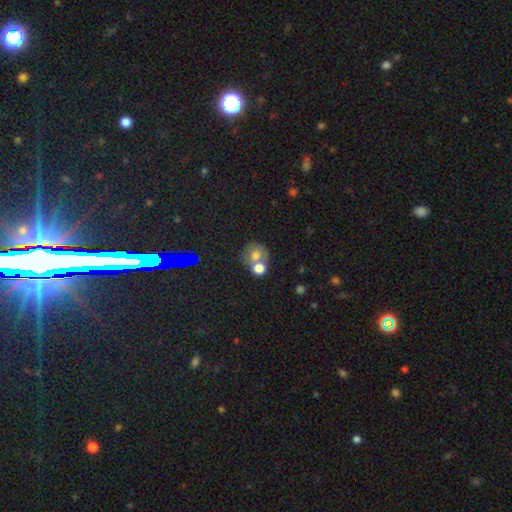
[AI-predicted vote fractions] Smooth or featured? Predicted: smooth (p=0.70). How rounded? Predicted: round (p=0.78). Merging? Predicted: merger (p=0.51).